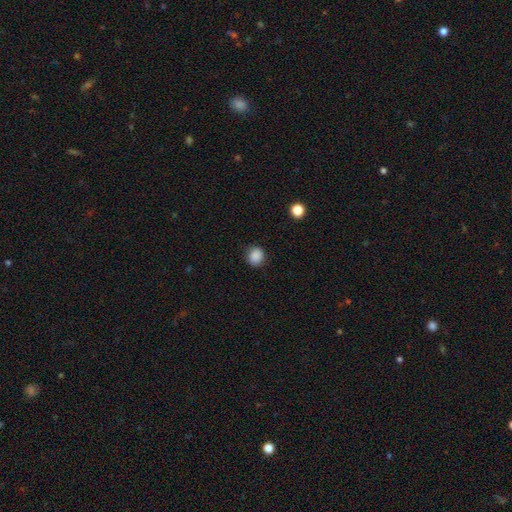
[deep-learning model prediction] smooth 88%, star or artifact 9%, featured or disk 3%. Down the decision tree: how rounded — round (82%); merging — none (85%).